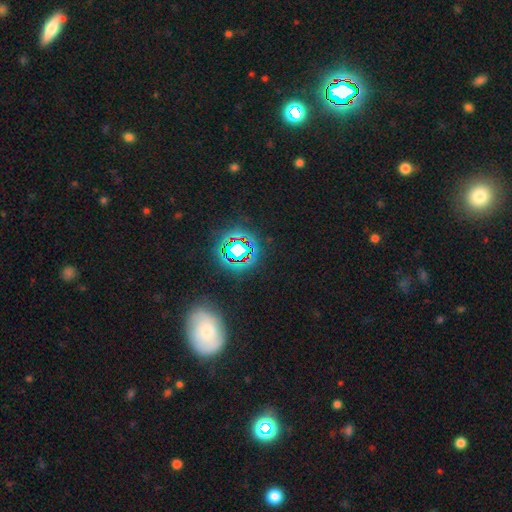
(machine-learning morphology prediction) A star or artifact, not a galaxy (56%).

Vote fractions:
- Smooth or featured? star or artifact: 56% / smooth: 28% / featured or disk: 16%